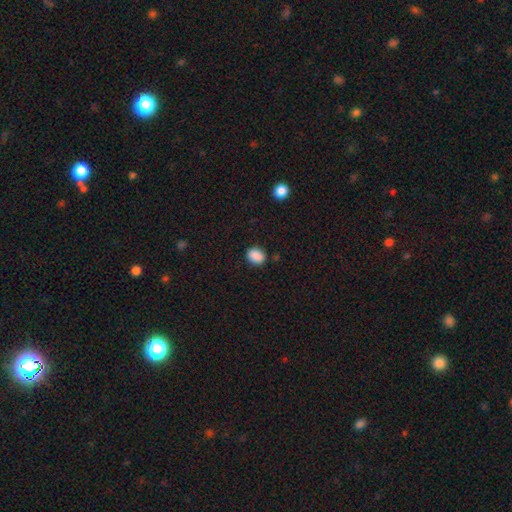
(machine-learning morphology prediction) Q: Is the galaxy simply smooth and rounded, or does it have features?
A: smooth — 88%.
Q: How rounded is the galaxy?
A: in between — 55%.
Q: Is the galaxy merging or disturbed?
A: none — 85%.